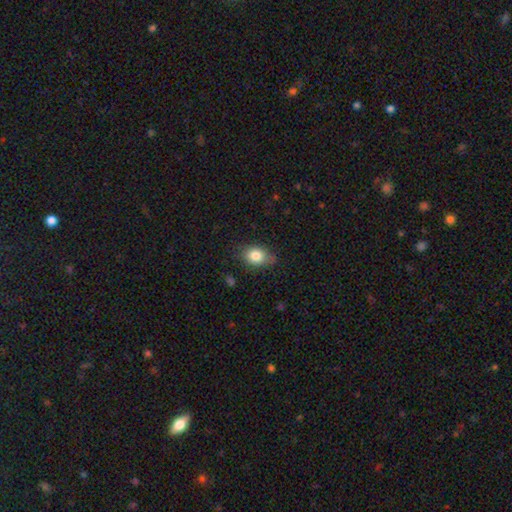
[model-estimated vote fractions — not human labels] smooth 82%, featured or disk 9%, star or artifact 9%. Down the decision tree: how rounded — in between (69%); merging — none (71%).